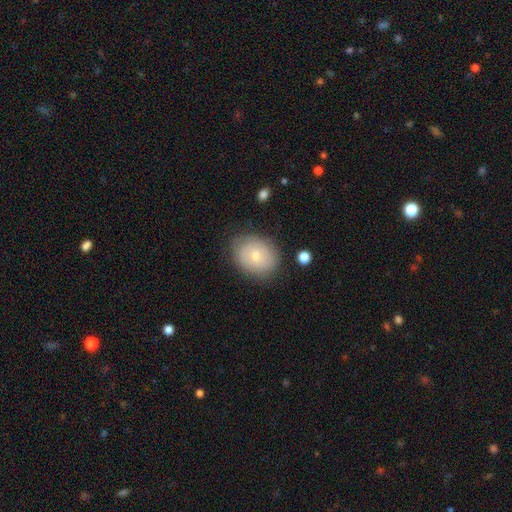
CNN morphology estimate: A smooth galaxy with no disk features (59%) that is round (54%).

Vote fractions:
- Smooth or featured? smooth: 59% / featured or disk: 33% / star or artifact: 8%
- How rounded? round: 54% / in between: 45% / cigar-shaped: 1%
- Merging? none: 76% / minor disturbance: 17% / major disturbance: 5% / merger: 2%